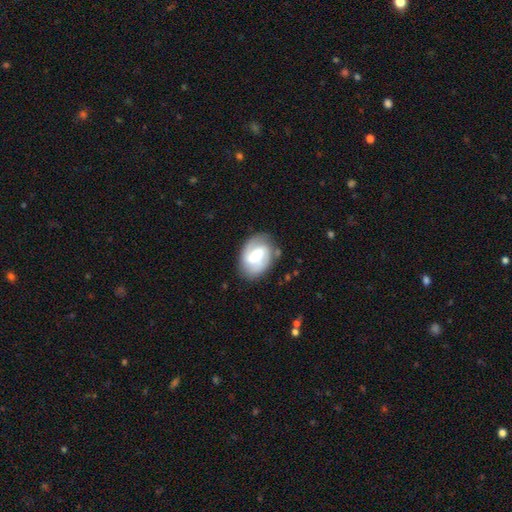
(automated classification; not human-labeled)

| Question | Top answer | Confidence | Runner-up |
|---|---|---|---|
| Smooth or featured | featured or disk | 69% | smooth (25%) |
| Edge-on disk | no | 97% | yes (3%) |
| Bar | weak | 51% | strong (30%) |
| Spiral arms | yes | 88% | no (12%) |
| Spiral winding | medium | 45% | tight (32%) |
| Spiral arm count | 2 | 79% | can't tell (11%) |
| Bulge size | moderate | 53% | small (34%) |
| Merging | none | 76% | minor disturbance (16%) |